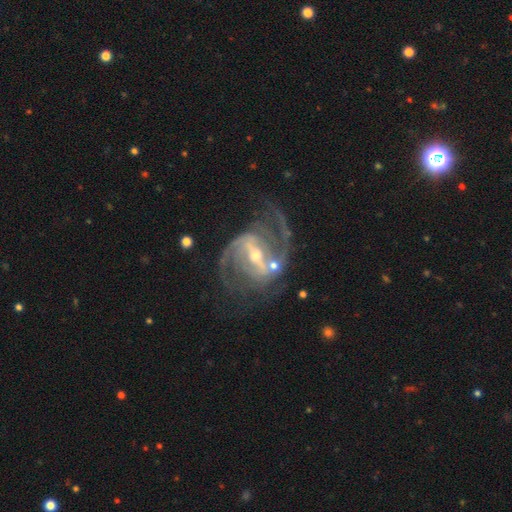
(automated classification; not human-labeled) A featured or disk galaxy (91%) with a strong bar (62%), 2 (71%) medium (54%) spiral arms (97%) and a small central bulge (53%).

Vote fractions:
- Smooth or featured? featured or disk: 91% / star or artifact: 6% / smooth: 3%
- Edge-on disk? no: 97% / yes: 3%
- Bar? strong: 62% / weak: 30% / no: 9%
- Spiral arms? yes: 97% / no: 3%
- Spiral winding? medium: 54% / loose: 24% / tight: 22%
- Spiral arm count? 2: 71% / 3: 12% / can't tell: 7% / 4: 4% / 1: 3% / more than 4: 3%
- Bulge size? small: 53% / moderate: 43% / large: 2% / none: 1% / dominant: 1%
- Merging? none: 58% / minor disturbance: 17% / major disturbance: 16% / merger: 9%